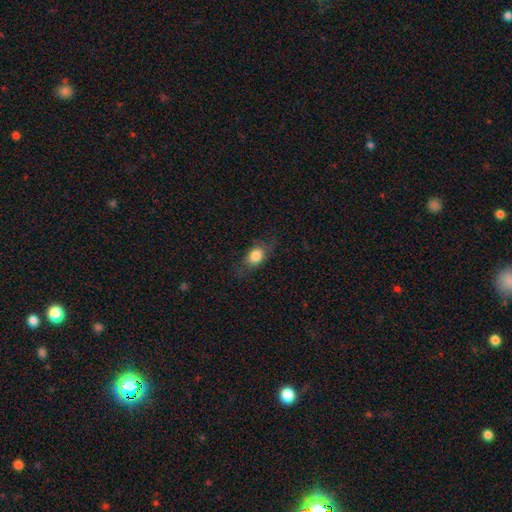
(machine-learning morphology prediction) Overall: smooth (78%). How rounded: in between (66%; round 30%). Merging: none (67%).